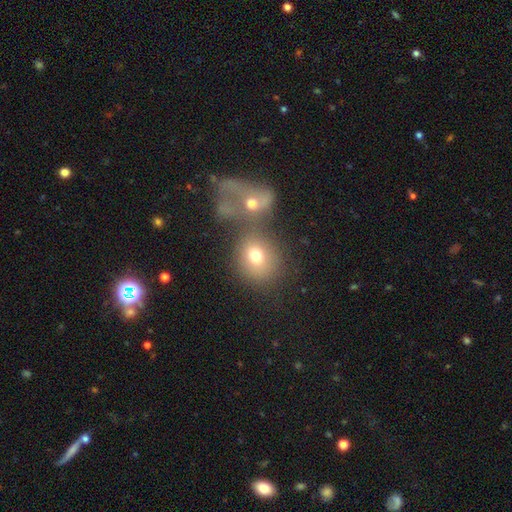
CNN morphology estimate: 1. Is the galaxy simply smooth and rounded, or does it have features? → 70% smooth, 18% featured or disk, 12% star or artifact.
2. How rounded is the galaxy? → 65% round, 34% in between, 1% cigar-shaped.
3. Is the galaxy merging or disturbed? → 49% merger, 34% none, 9% minor disturbance, 8% major disturbance.